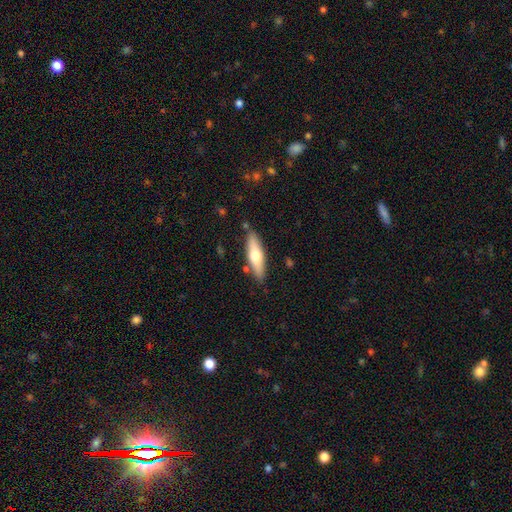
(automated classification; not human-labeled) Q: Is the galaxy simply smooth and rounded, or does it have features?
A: smooth — 56%.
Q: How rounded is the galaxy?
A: cigar-shaped — 60%.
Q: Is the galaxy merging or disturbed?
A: none — 83%.